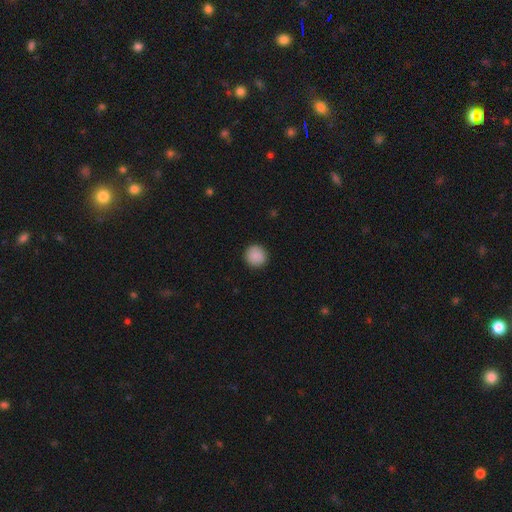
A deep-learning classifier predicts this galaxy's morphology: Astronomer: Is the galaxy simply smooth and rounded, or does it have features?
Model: smooth — 89%.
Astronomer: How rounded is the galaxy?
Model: round — 95%.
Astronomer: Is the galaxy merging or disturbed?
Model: none — 92%.